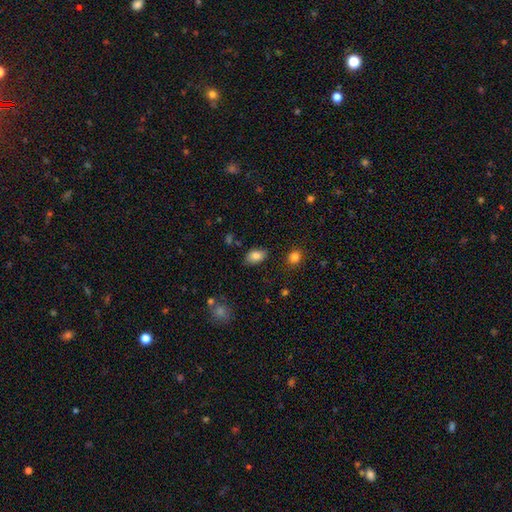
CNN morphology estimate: smooth-or-featured: smooth: 84% | star or artifact: 8% | featured or disk: 8%
  how-rounded: in between: 90% | round: 9% | cigar-shaped: 2%
  merging: none: 81% | minor disturbance: 13% | major disturbance: 3% | merger: 2%